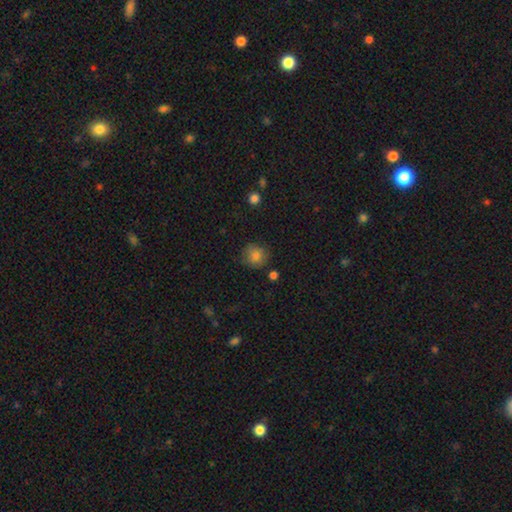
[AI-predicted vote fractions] The model was most divided on "merging": none: 80%, minor disturbance: 14%, major disturbance: 3%, merger: 3%. More confident: how rounded — round (88%); smooth or featured — smooth (83%).